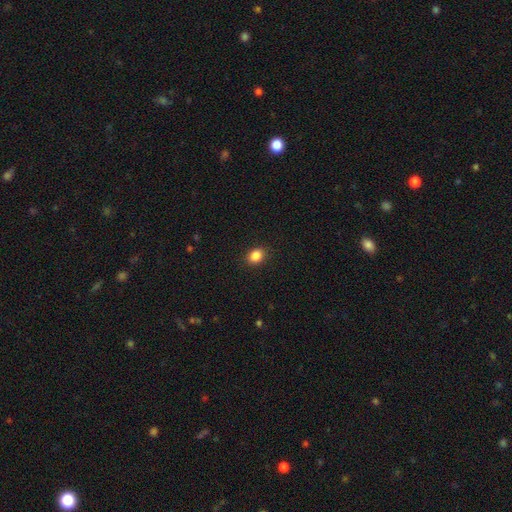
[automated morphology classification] A smooth galaxy with no disk features (87%) that is in between round and cigar-shaped (58%). Merging: none (90%).